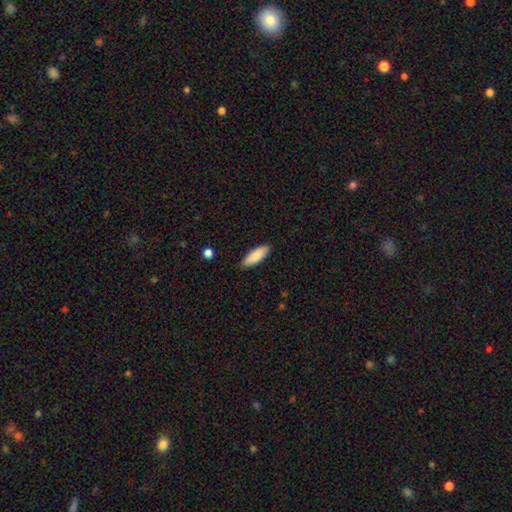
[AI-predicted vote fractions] This appears to be a smooth galaxy with no disk features (86%) that is in between round and cigar-shaped (63%). Merging: none (87%).